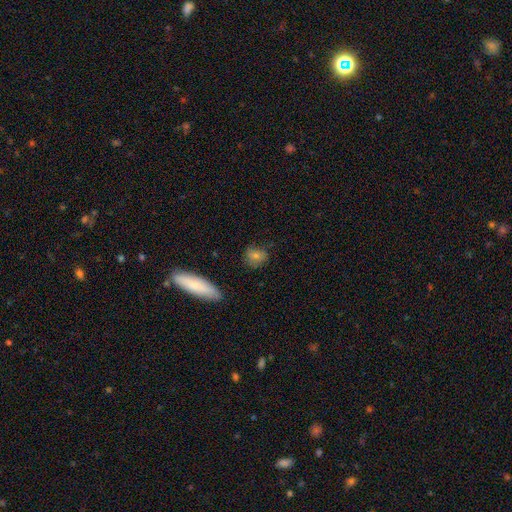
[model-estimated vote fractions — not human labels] Smooth or featured? smooth (73%)
How rounded? round (49%)
Merging? none (78%)